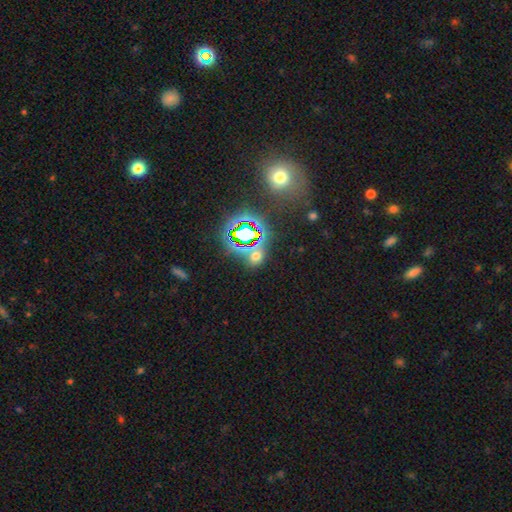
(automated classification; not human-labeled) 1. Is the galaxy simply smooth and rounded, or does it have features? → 50% star or artifact, 41% smooth, 9% featured or disk.